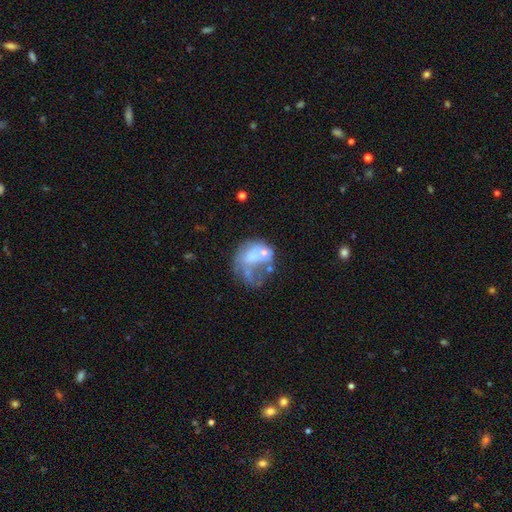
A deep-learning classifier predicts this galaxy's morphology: Smooth or featured?
  - featured or disk: 45% *
  - smooth: 43%
  - star or artifact: 12%
Merging?
  - major disturbance: 44% *
  - merger: 25%
  - none: 18%
  - minor disturbance: 14%